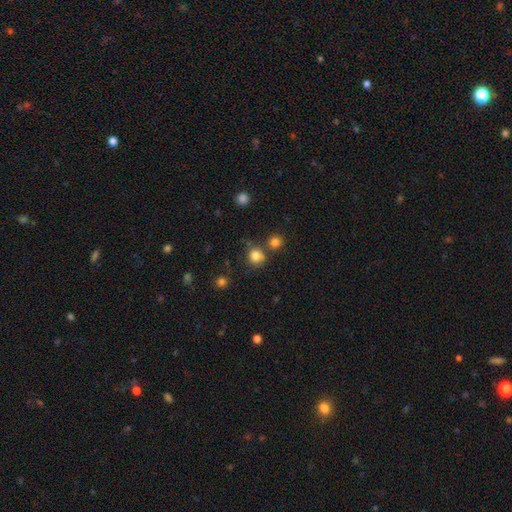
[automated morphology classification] A smooth galaxy with no disk features (81%) that is round (85%). Merging: none (68%).